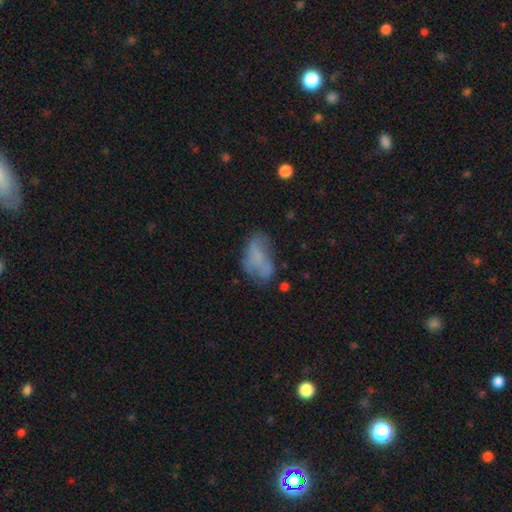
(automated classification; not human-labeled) smooth-or-featured: smooth: 57% | featured or disk: 32% | star or artifact: 11%
  how-rounded: in between: 90% | round: 7% | cigar-shaped: 3%
  merging: none: 42% | minor disturbance: 28% | major disturbance: 21% | merger: 8%